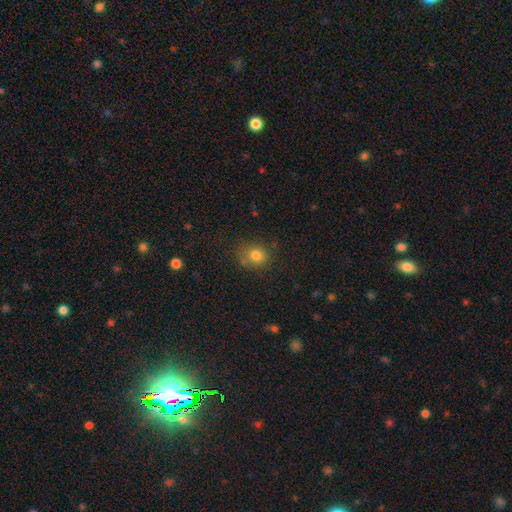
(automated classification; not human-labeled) Overall: smooth (80%). How rounded: round (73%). Merging: none (70%).